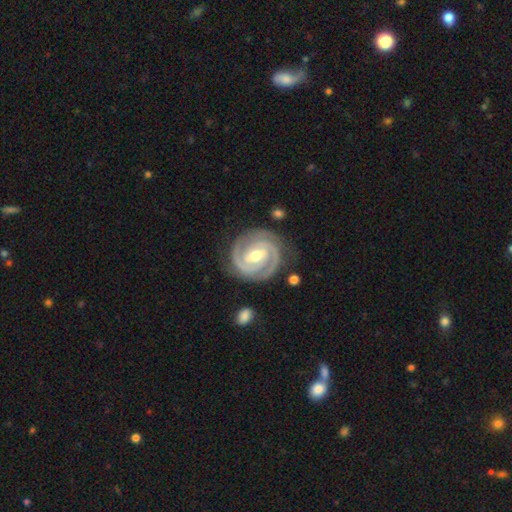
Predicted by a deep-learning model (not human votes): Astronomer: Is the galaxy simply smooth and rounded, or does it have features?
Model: featured or disk — 93%.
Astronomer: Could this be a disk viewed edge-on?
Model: no — 98%.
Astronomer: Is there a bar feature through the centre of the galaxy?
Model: weak — 43% (runner-up: strong, 38%).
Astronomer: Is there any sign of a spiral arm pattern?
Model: yes — 99%.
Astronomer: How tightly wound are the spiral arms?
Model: tight — 79%.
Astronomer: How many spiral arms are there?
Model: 2 — 88%.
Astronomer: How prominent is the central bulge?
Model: moderate — 69%.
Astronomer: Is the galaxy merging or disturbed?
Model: none — 84%.